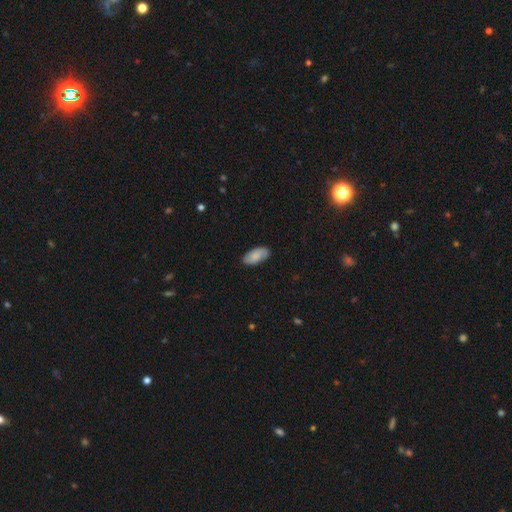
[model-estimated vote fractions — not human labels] Morphology: type=smooth (81%); roundness=in between (92%); merging=none (86%).